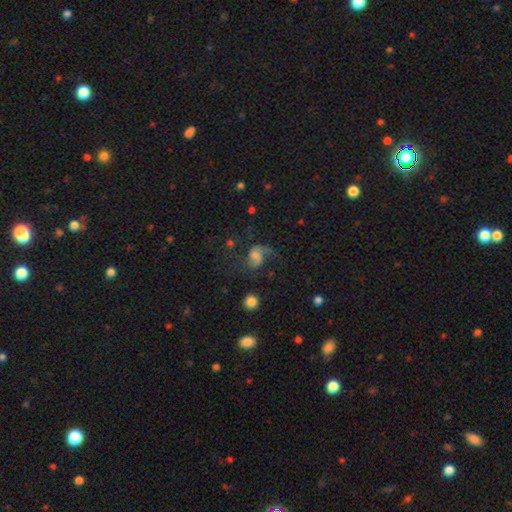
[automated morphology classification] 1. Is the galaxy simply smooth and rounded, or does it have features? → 59% featured or disk, 29% smooth, 11% star or artifact.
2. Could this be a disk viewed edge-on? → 98% no, 2% yes.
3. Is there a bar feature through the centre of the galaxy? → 56% no, 36% weak, 9% strong.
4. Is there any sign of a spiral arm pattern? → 88% yes, 12% no.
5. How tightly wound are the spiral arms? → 65% loose, 28% medium, 6% tight.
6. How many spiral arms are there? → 64% 2, 29% 1, 4% can't tell, 1% 3, 1% 4, 1% more than 4.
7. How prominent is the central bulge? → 32% moderate (tied), 32% small (tied), 21% none, 12% large, 3% dominant.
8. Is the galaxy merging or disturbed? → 41% none, 36% major disturbance, 19% minor disturbance, 4% merger.